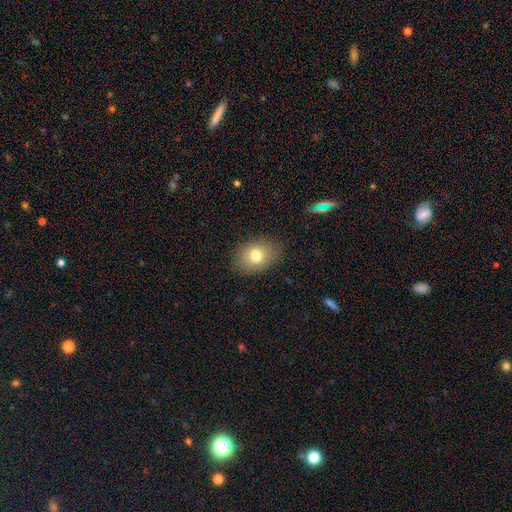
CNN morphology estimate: The model was most divided on "how rounded": in between: 74%, round: 25%, cigar-shaped: 1%. More confident: merging — none (84%); smooth or featured — smooth (75%).